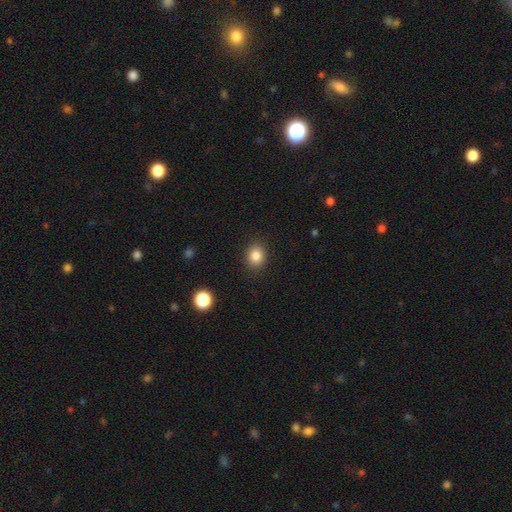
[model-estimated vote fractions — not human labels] This is clearly a smooth galaxy (84%). How rounded: possibly round (59%). Merging: clearly none (89%).